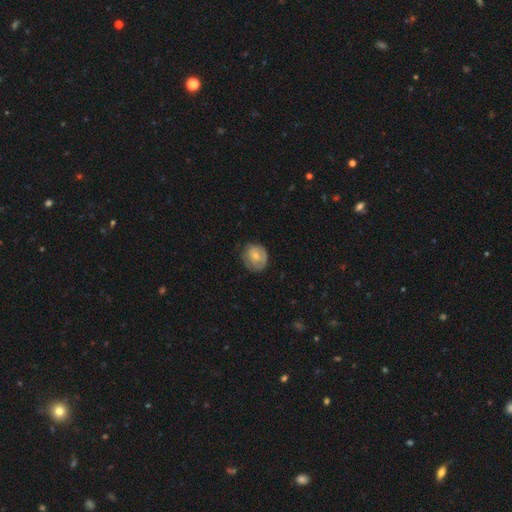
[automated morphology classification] This is possibly a smooth galaxy (55%). How rounded: likely round (77%). Merging: likely none (66%).